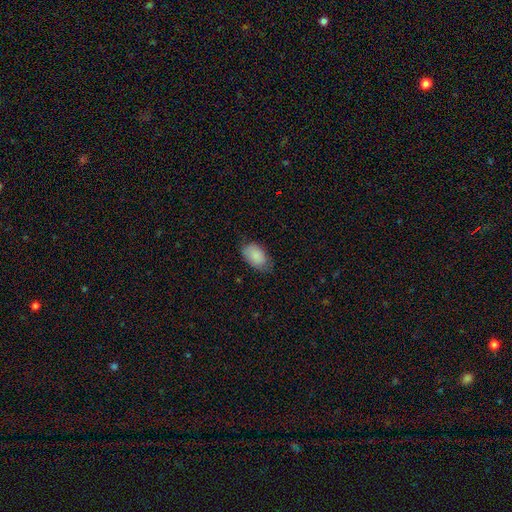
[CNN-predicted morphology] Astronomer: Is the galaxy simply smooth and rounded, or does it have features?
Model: smooth — 87%.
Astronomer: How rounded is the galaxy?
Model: in between — 92%.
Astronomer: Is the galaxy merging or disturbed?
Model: none — 68%.